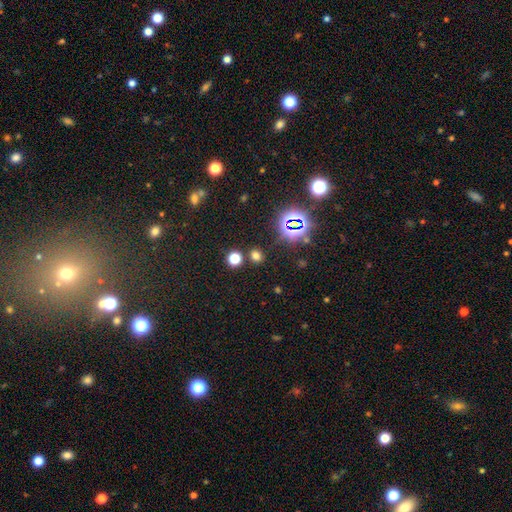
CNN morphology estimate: smooth 64%, star or artifact 30%, featured or disk 6%. Down the decision tree: how rounded — round (73%); merging — none (82%).